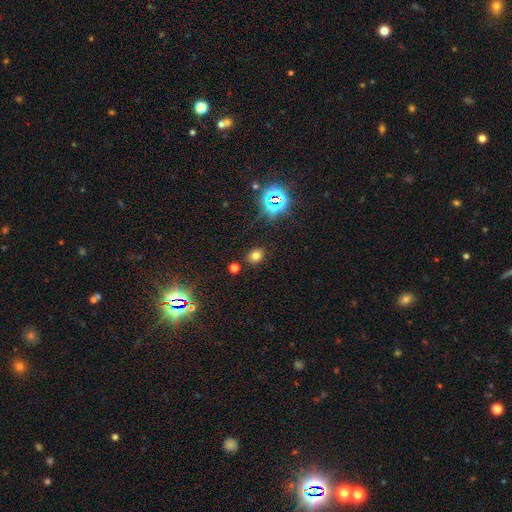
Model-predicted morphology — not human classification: A smooth galaxy with no disk features (69%) that is in between round and cigar-shaped (50%). Merging: none (84%).